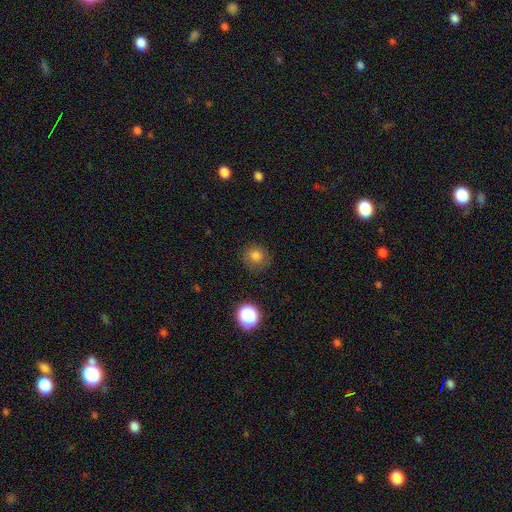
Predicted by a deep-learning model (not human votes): The model was most divided on "smooth or featured": smooth: 77%, star or artifact: 15%, featured or disk: 8%. More confident: how rounded — round (84%); merging — none (80%).